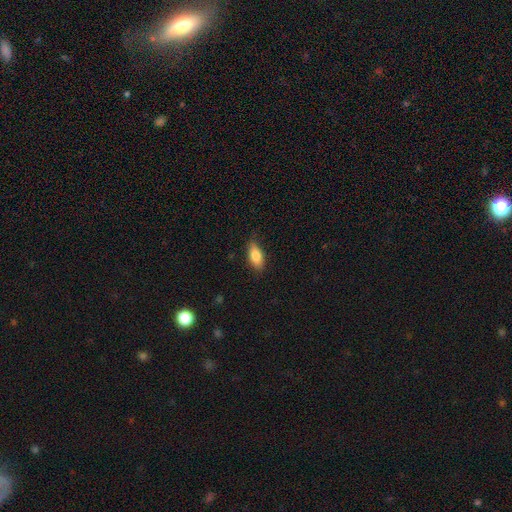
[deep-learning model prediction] A smooth galaxy with no disk features (79%) that is in between round and cigar-shaped (84%).

Vote fractions:
- Smooth or featured? smooth: 79% / featured or disk: 14% / star or artifact: 7%
- How rounded? in between: 84% / cigar-shaped: 13% / round: 4%
- Merging? none: 79% / minor disturbance: 17% / major disturbance: 3% / merger: 1%